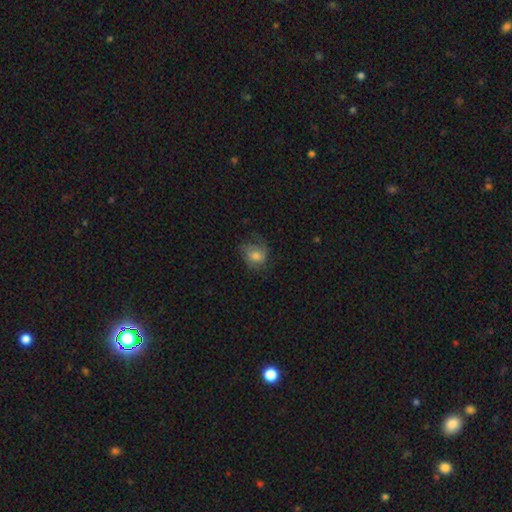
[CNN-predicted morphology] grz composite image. It shows a smooth galaxy with no disk features (57%) that is round (59%). Merging: none (56%).